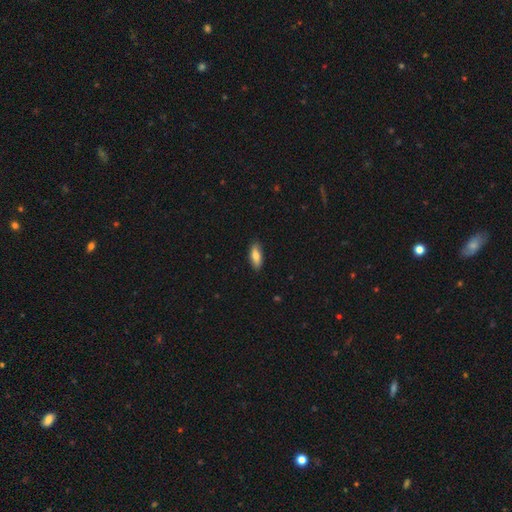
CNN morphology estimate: Smooth or featured: smooth — 78% (featured or disk — 15%)
How rounded: in between — 74% (cigar-shaped — 24%)
Merging: none — 87% (minor disturbance — 10%)